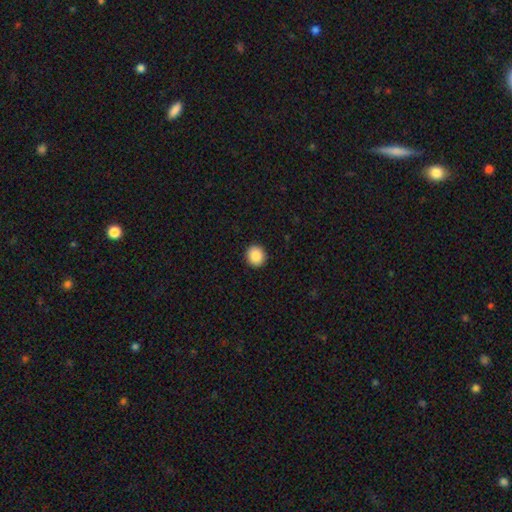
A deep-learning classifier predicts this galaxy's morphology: Smooth or featured? Predicted: smooth (p=0.87). How rounded? Predicted: round (p=0.90). Merging? Predicted: none (p=0.93).